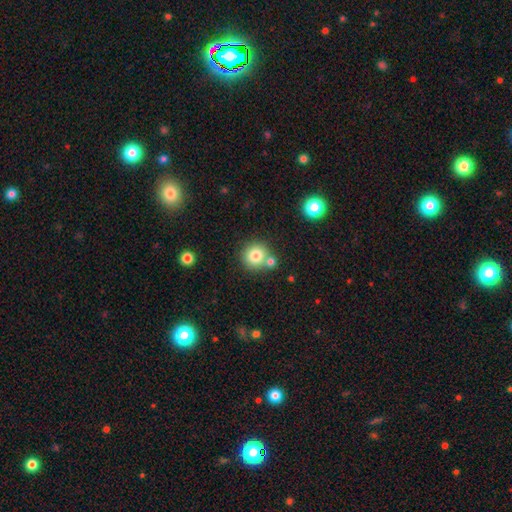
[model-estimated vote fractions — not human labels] Smooth or featured?
  - smooth: 79% *
  - star or artifact: 11%
  - featured or disk: 10%
How rounded?
  - round: 92% *
  - in between: 7%
  - cigar-shaped: 1%
Merging?
  - none: 69% *
  - merger: 20%
  - minor disturbance: 8%
  - major disturbance: 3%